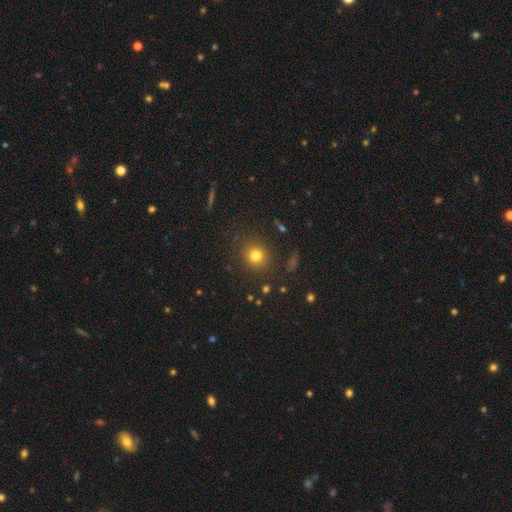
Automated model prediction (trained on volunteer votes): A smooth galaxy with no disk features (78%) that is round (89%).

Vote fractions:
- Smooth or featured? smooth: 78% / star or artifact: 15% / featured or disk: 7%
- How rounded? round: 89% / in between: 10% / cigar-shaped: 1%
- Merging? none: 87% / minor disturbance: 8% / major disturbance: 3% / merger: 2%